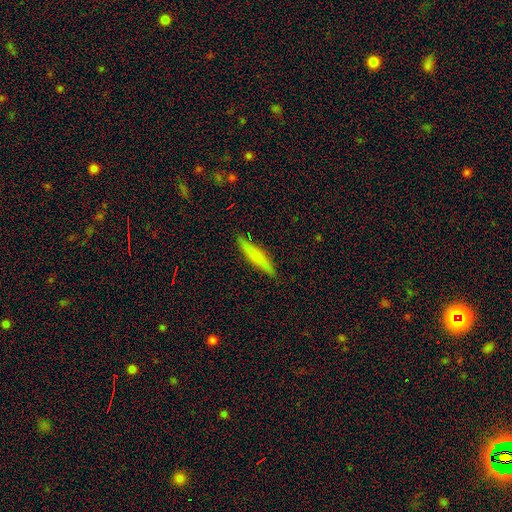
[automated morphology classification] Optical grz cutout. It shows a smooth galaxy with no disk features (69%) that is cigar-shaped (91%). Merging: none (89%).